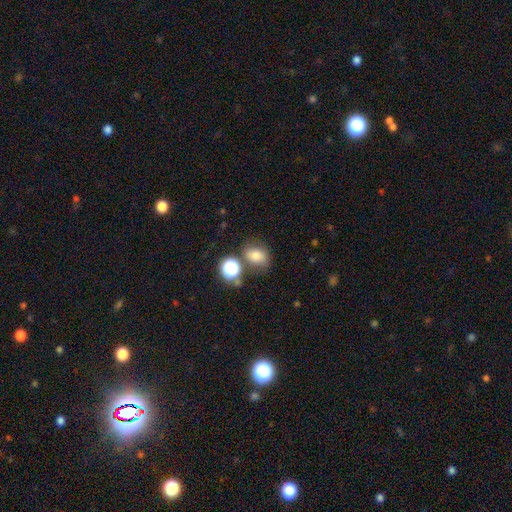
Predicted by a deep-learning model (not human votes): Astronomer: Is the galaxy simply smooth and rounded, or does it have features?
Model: smooth — 73%.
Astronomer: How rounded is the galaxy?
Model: in between — 57% (runner-up: round, 42%).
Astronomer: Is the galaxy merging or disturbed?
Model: none — 62%.